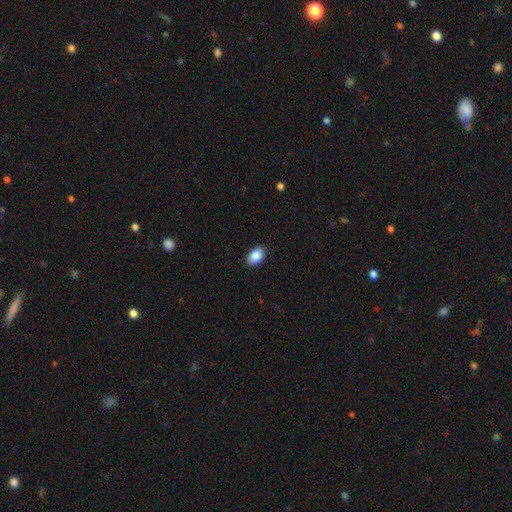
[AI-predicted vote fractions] A smooth galaxy with no disk features (87%) that is in between round and cigar-shaped (87%). Merging: none (89%).